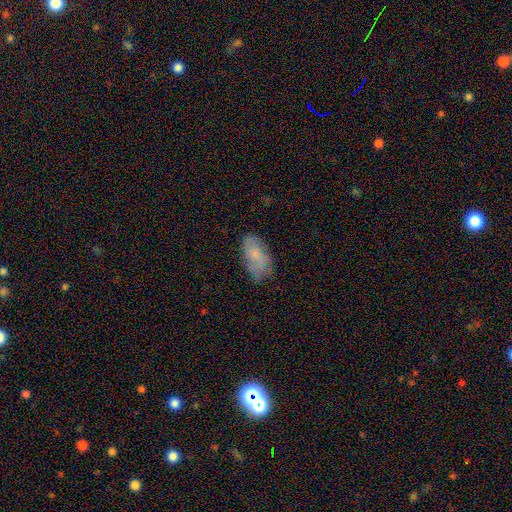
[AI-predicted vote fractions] smooth-or-featured: smooth: 67% | featured or disk: 25% | star or artifact: 8%
  how-rounded: in between: 93% | round: 4% | cigar-shaped: 3%
  merging: none: 65% | minor disturbance: 26% | major disturbance: 8% | merger: 2%